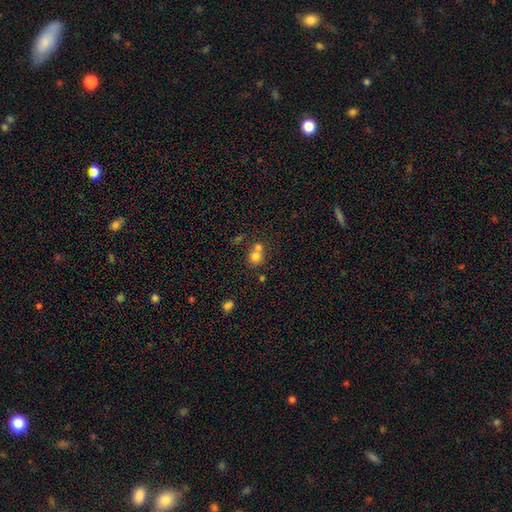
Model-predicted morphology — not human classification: smooth-or-featured: smooth: 74% | featured or disk: 13% | star or artifact: 13%
  how-rounded: round: 75% | in between: 24% | cigar-shaped: 1%
  merging: merger: 52% | none: 36% | minor disturbance: 8% | major disturbance: 4%